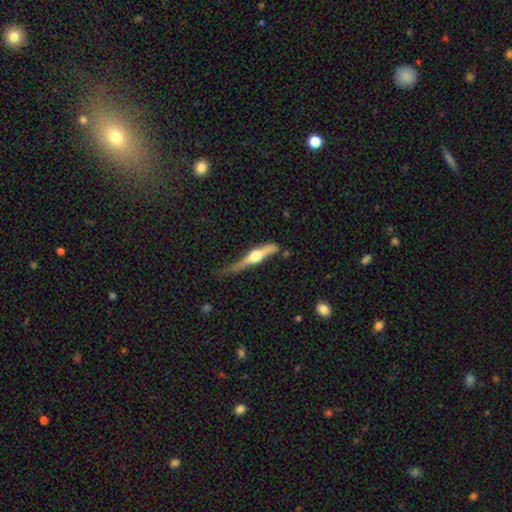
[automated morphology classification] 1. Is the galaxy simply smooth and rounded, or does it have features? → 64% featured or disk, 30% smooth, 6% star or artifact.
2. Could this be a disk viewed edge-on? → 93% yes, 7% no.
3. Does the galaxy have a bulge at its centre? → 92% rounded, 5% boxy, 3% none.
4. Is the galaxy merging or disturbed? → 45% none, 33% minor disturbance, 16% major disturbance, 6% merger.